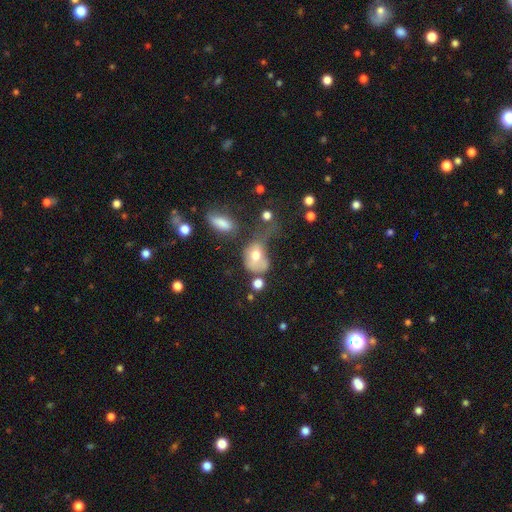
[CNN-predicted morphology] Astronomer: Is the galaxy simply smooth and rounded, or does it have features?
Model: smooth — 64%.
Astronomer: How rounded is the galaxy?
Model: in between — 68%.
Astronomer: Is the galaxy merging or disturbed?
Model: major disturbance — 44% (runner-up: merger, 21%).